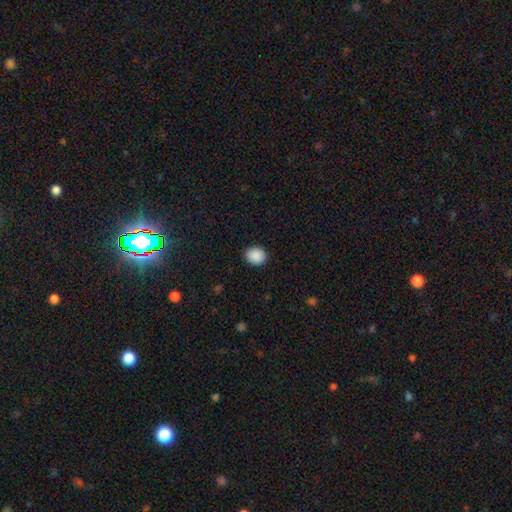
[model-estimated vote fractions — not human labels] Morphology: type=smooth (90%); roundness=round (65%); merging=none (90%).